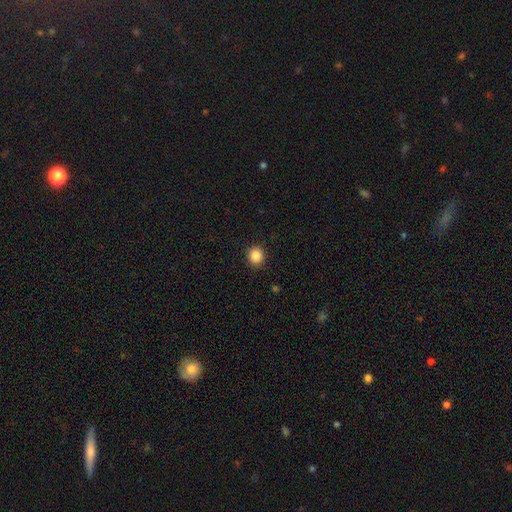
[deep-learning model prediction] A smooth galaxy with no disk features (86%) that is round (87%). Merging: none (92%).